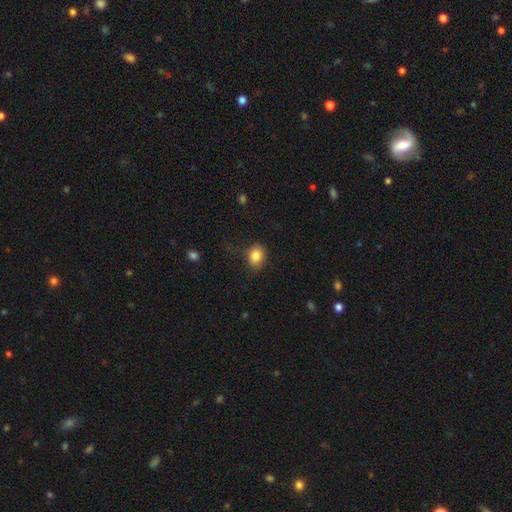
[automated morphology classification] Smooth or featured? Predicted: smooth (p=0.85). How rounded? Predicted: in between (p=0.56). Merging? Predicted: none (p=0.75).